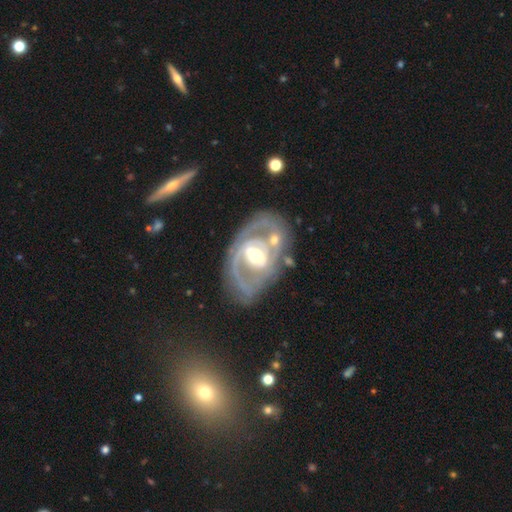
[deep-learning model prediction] A featured or disk galaxy (85%) with a weak bar (39%), 2 (67%) tight (48%) spiral arms (81%) and a moderate central bulge (68%).

Vote fractions:
- Smooth or featured? featured or disk: 85% / smooth: 10% / star or artifact: 5%
- Edge-on disk? no: 95% / yes: 5%
- Bar? weak: 39% / strong: 37% / no: 24%
- Spiral arms? yes: 81% / no: 19%
- Spiral winding? tight: 48% / medium: 39% / loose: 13%
- Spiral arm count? 2: 67% / can't tell: 16% / 3: 7% / 1: 6% / 4: 2% / more than 4: 2%
- Bulge size? moderate: 68% / small: 18% / large: 11% / dominant: 1% / none: 1%
- Merging? none: 63% / minor disturbance: 18% / major disturbance: 10% / merger: 9%